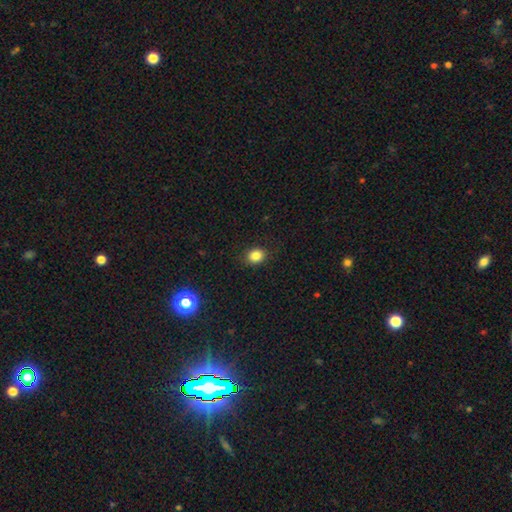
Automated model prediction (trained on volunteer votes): A smooth galaxy with no disk features (84%) that is round (60%).

Vote fractions:
- Smooth or featured? smooth: 84% / star or artifact: 11% / featured or disk: 5%
- How rounded? round: 60% / in between: 39% / cigar-shaped: 1%
- Merging? none: 88% / minor disturbance: 9% / major disturbance: 2% / merger: 1%